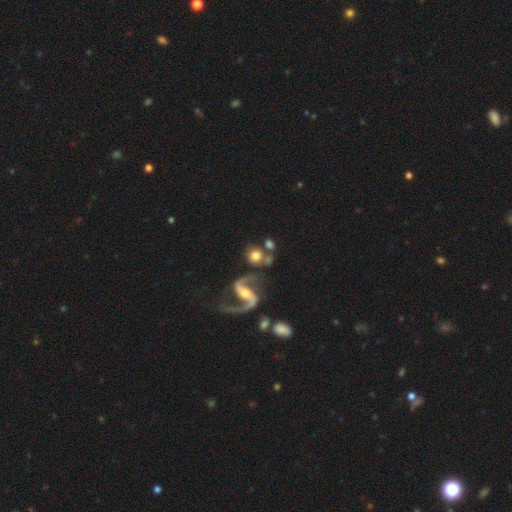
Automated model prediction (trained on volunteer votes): This appears to be a smooth galaxy with no disk features (50%). Merging: none (64%).